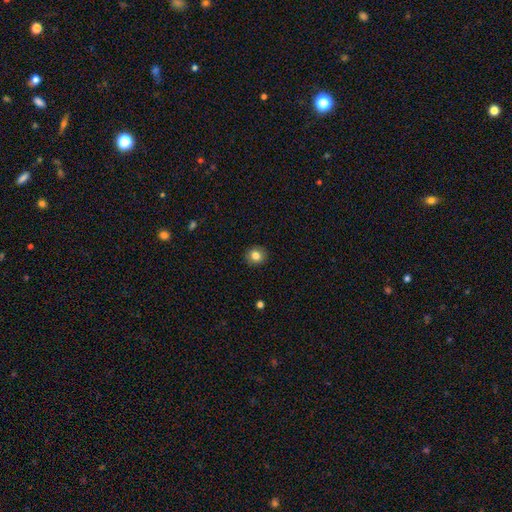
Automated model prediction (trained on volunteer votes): smooth-or-featured: smooth: 82% | star or artifact: 10% | featured or disk: 8%
  how-rounded: round: 87% | in between: 12% | cigar-shaped: 1%
  merging: none: 92% | minor disturbance: 6% | major disturbance: 2% | merger: 1%